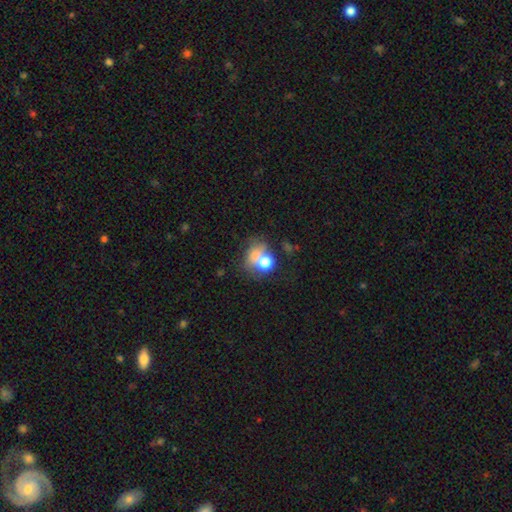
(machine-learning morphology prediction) A smooth galaxy with no disk features (66%) that is round (62%). Merging: merger (42%).